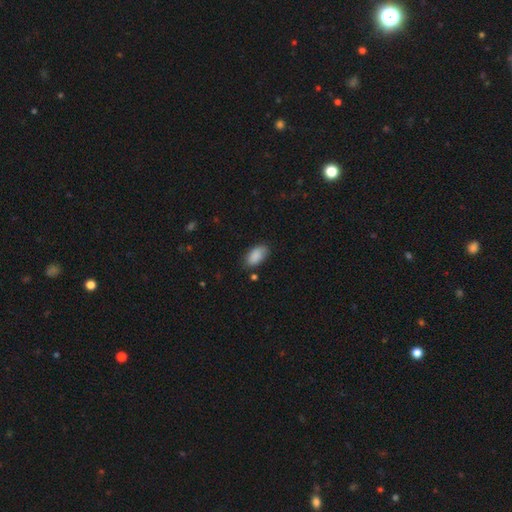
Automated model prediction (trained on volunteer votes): The model was most divided on "merging": none: 75%, minor disturbance: 20%, major disturbance: 4%, merger: 2%. More confident: how rounded — in between (93%); smooth or featured — smooth (88%).